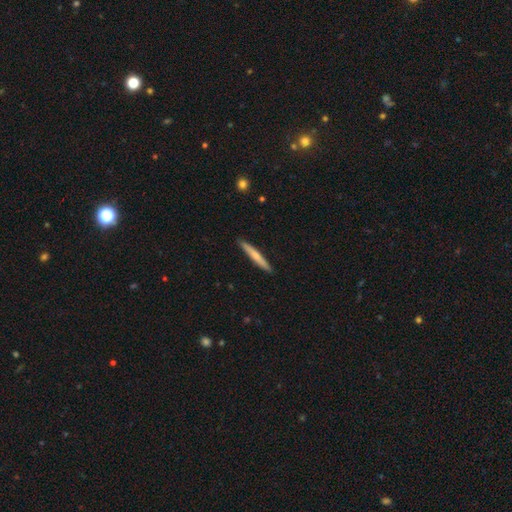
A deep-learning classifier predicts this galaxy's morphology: smooth 58%, featured or disk 37%, star or artifact 5%. Down the decision tree: how rounded — cigar-shaped (96%); merging — none (91%).